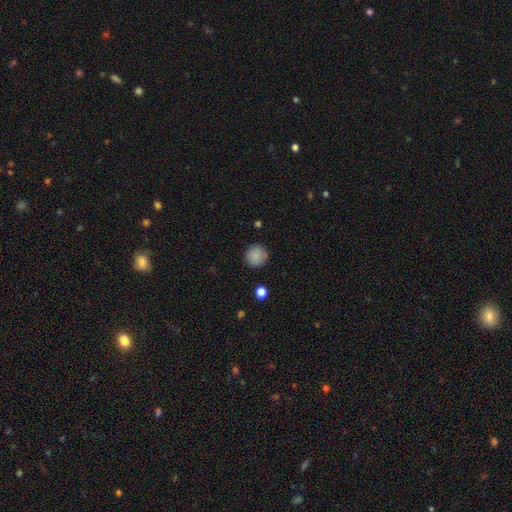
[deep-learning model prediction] Smooth or featured: smooth — 85% (star or artifact — 8%)
How rounded: round — 91% (in between — 8%)
Merging: none — 82% (minor disturbance — 12%)